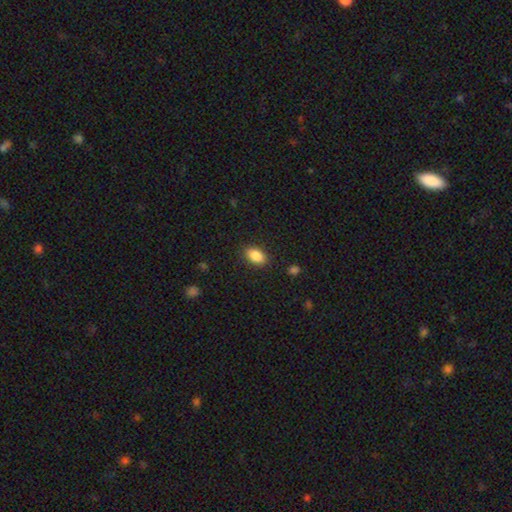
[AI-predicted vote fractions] smooth-or-featured: smooth: 88% | star or artifact: 8% | featured or disk: 4%
  how-rounded: in between: 90% | round: 8% | cigar-shaped: 2%
  merging: none: 87% | minor disturbance: 9% | major disturbance: 3% | merger: 1%